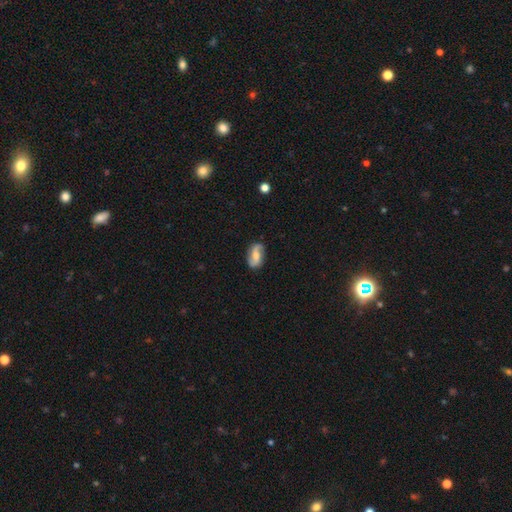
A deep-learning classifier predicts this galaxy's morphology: type=featured or disk (70%); edge-on=no (96%); bar=weak (41%); spiral arms=yes (92%); winding=loose (63%); arm count=2 (91%); bulge=moderate (57%); merging=none (81%).